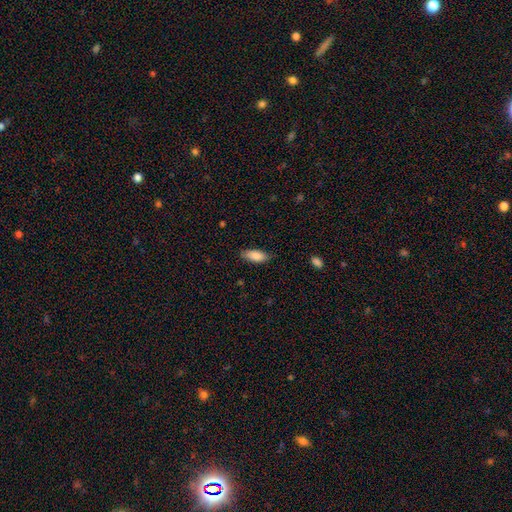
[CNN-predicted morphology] smooth-or-featured: smooth: 86% | featured or disk: 8% | star or artifact: 6%
  how-rounded: in between: 78% | cigar-shaped: 20% | round: 2%
  merging: none: 80% | minor disturbance: 16% | major disturbance: 3% | merger: 1%